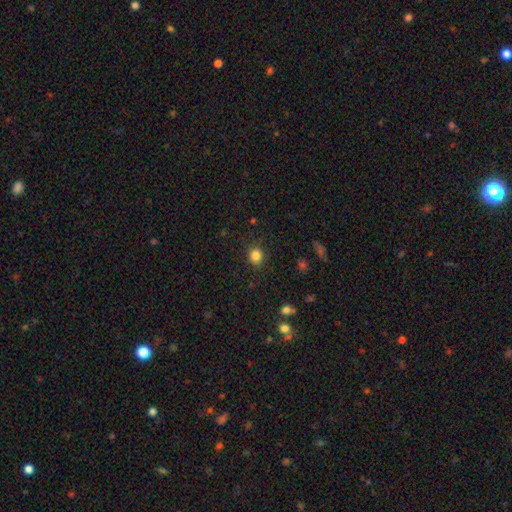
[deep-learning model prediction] A smooth galaxy with no disk features (83%) that is round (82%). Merging: none (88%).